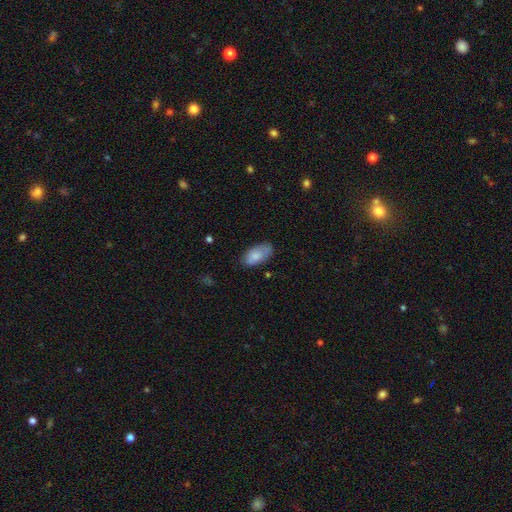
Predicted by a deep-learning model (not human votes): Smooth or featured? smooth (81%)
How rounded? in between (93%)
Merging? none (70%)